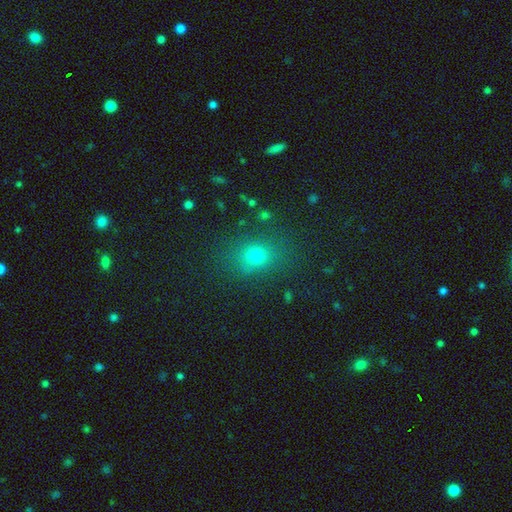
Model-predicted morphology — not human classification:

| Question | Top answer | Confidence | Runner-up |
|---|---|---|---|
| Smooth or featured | smooth | 71% | star or artifact (20%) |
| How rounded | round | 60% | in between (39%) |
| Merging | none | 81% | minor disturbance (12%) |